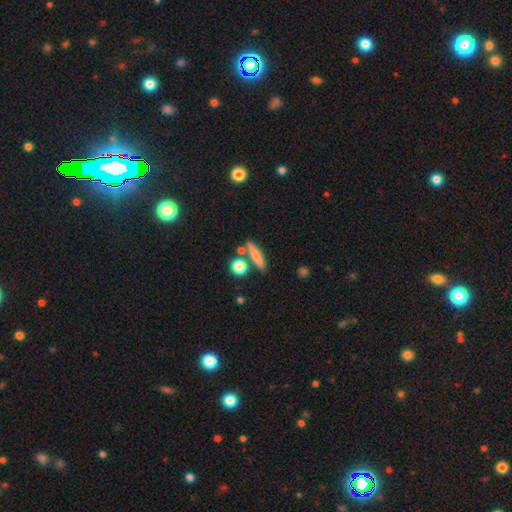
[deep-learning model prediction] This is likely a smooth galaxy (72%). How rounded: likely cigar-shaped (68%). Merging: likely none (74%).